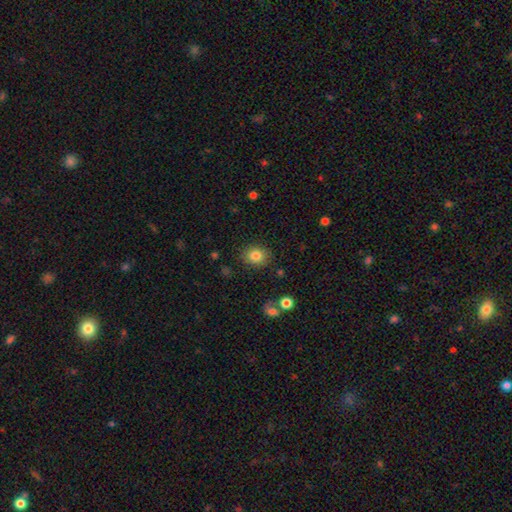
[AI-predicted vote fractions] This is clearly a smooth galaxy (82%). How rounded: likely round (62%). Merging: clearly none (86%).